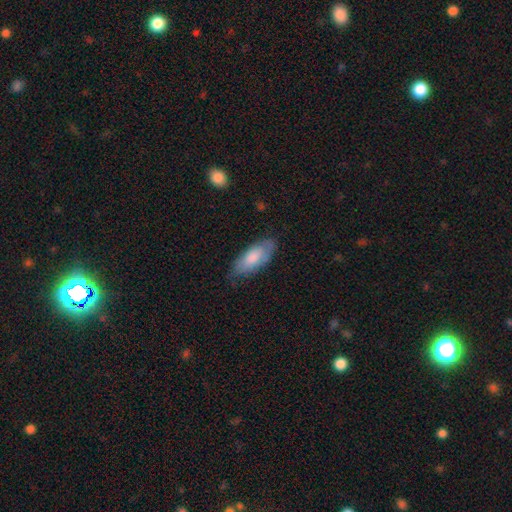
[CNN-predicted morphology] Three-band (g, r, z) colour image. It shows a smooth galaxy with no disk features (72%) that is in between round and cigar-shaped (80%). Merging: none (72%).